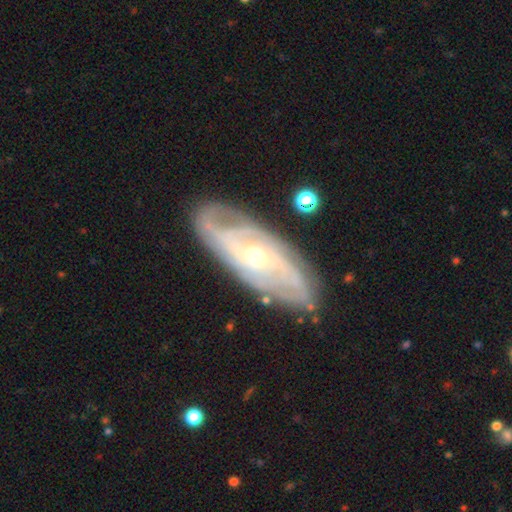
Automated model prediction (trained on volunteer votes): Overall: featured or disk (86%). Edge-on disk: no (90%). Bar: no (58%; weak 30%). Spiral arms: yes (95%). Spiral arm count: 2 (32%; can't tell 28%). Spiral winding: tight (57%; medium 33%). Bulge size: small (58%; moderate 40%). Merging: none (81%).